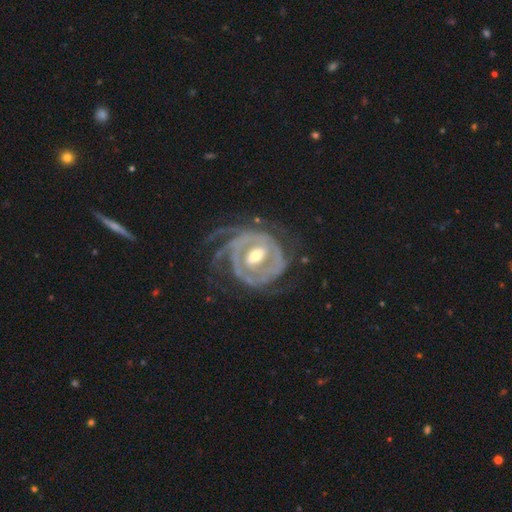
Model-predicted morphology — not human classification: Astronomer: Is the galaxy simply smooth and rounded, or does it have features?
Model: featured or disk — 89%.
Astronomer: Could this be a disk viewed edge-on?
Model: no — 97%.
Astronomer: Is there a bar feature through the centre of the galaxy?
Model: weak — 41% (runner-up: strong, 36%).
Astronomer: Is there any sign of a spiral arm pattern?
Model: yes — 94%.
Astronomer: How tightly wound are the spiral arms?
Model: tight — 67%.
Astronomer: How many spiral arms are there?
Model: can't tell — 28% (runner-up: 2, 26%).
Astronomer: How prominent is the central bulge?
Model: moderate — 67%.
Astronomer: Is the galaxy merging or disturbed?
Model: none — 54%.